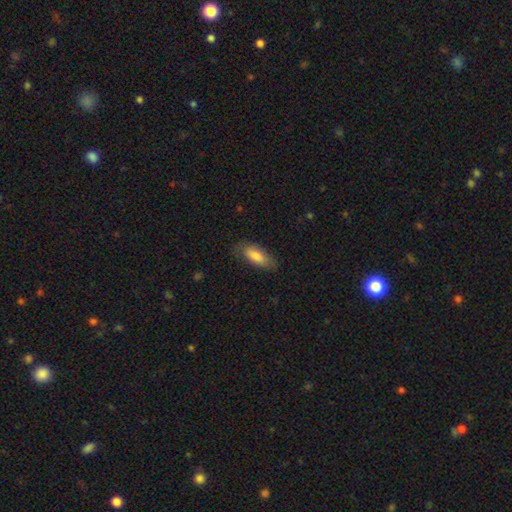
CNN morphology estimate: smooth 81%, featured or disk 13%, star or artifact 6%. Down the decision tree: how rounded — in between (77%); merging — none (77%).